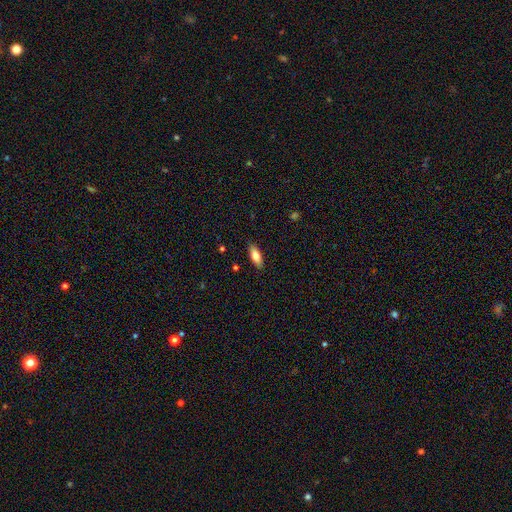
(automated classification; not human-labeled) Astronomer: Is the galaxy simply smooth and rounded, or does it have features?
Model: smooth — 78%.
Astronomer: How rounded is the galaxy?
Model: in between — 74%.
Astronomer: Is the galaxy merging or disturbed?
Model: none — 88%.